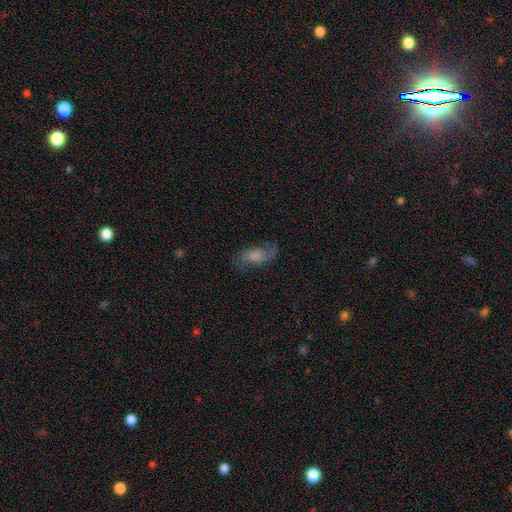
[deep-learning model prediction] Smooth or featured?
  - featured or disk: 50% *
  - smooth: 40%
  - star or artifact: 10%
Edge-on disk?
  - no: 91% *
  - yes: 9%
Merging?
  - none: 65% *
  - minor disturbance: 20%
  - major disturbance: 12%
  - merger: 2%